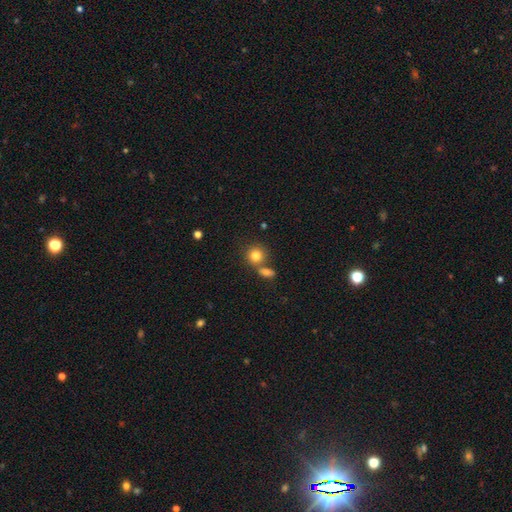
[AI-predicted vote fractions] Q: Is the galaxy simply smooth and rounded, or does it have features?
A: smooth — 81%.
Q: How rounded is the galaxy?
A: round — 84%.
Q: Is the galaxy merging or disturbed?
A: none — 59%.